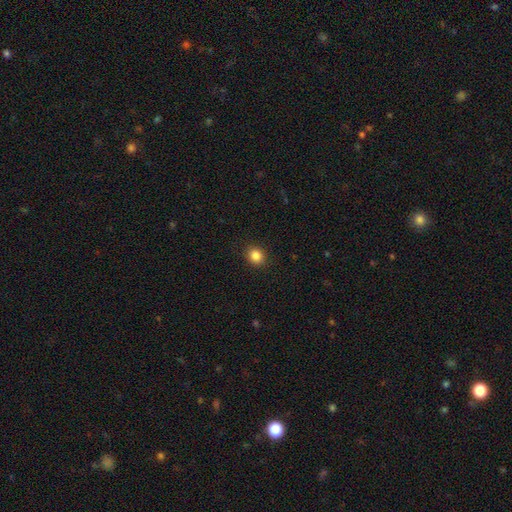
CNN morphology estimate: Smooth or featured? Predicted: smooth (p=0.85). How rounded? Predicted: round (p=0.78). Merging? Predicted: none (p=0.91).